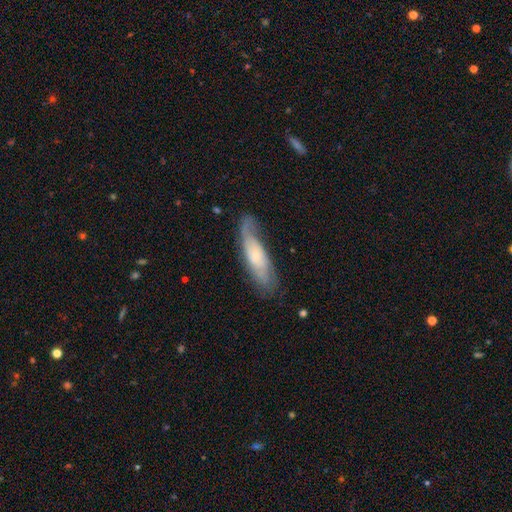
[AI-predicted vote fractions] This is possibly a featured or disk galaxy (59%). It is likely not viewed edge-on (75%). Merging: likely none (61%).